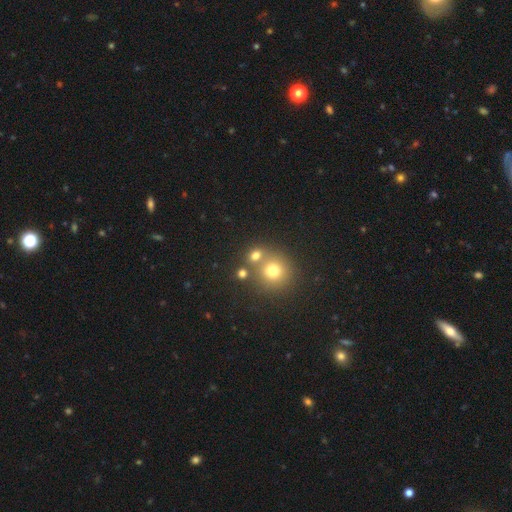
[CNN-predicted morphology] type=smooth (71%); roundness=round (81%); merging=none (57%).